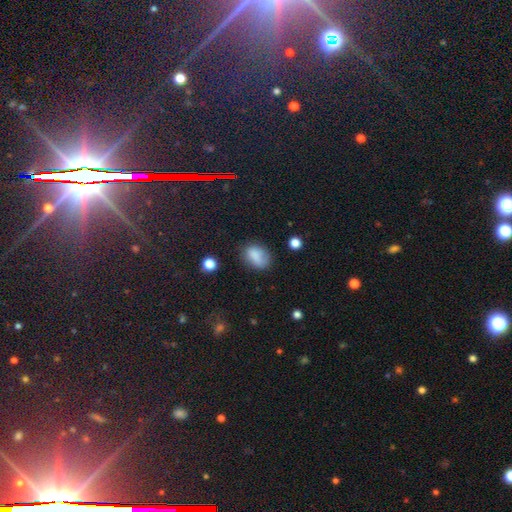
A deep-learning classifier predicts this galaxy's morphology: Smooth or featured: smooth — 80% (star or artifact — 10%)
How rounded: in between — 71% (round — 27%)
Merging: none — 63% (minor disturbance — 25%)